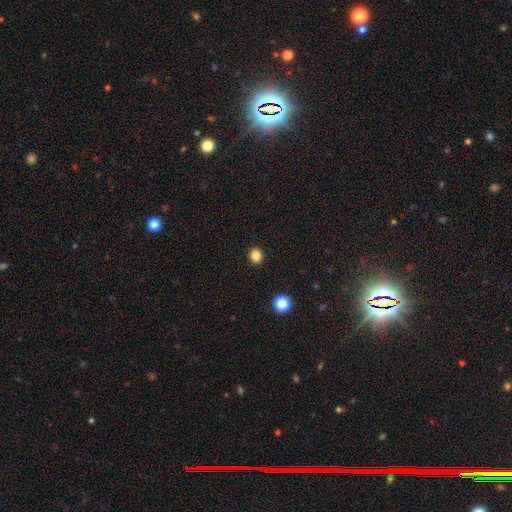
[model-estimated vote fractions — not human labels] This is clearly a smooth galaxy (84%). How rounded: likely round (76%). Merging: clearly none (92%).